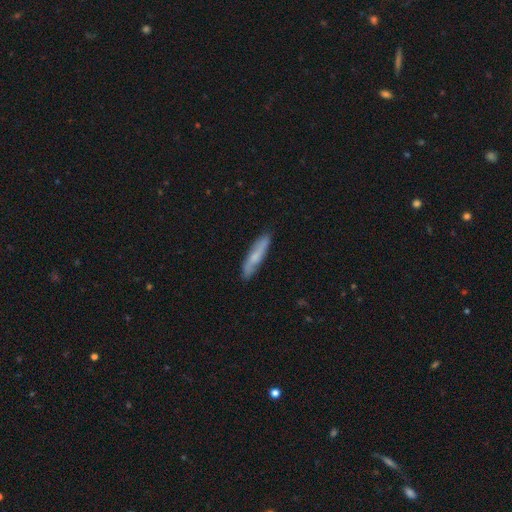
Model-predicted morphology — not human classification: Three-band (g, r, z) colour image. It shows a smooth galaxy with no disk features (60%) that is cigar-shaped (86%). Merging: none (85%).